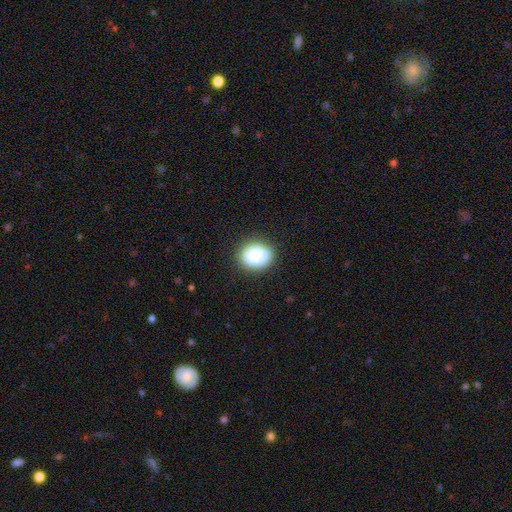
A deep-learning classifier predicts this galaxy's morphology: This appears to be a smooth galaxy with no disk features (83%) that is round (57%). Merging: none (82%).